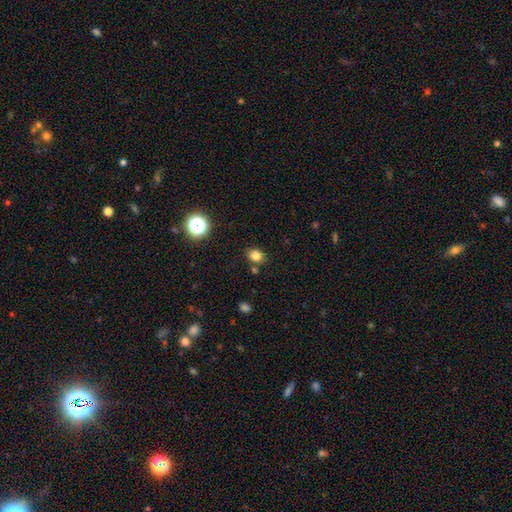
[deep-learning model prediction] smooth_or_featured: smooth (p=0.81) [alt: star or artifact p=0.14]
how_rounded: in between (p=0.52) [alt: round p=0.47]
merging: none (p=0.81) [alt: minor disturbance p=0.10]